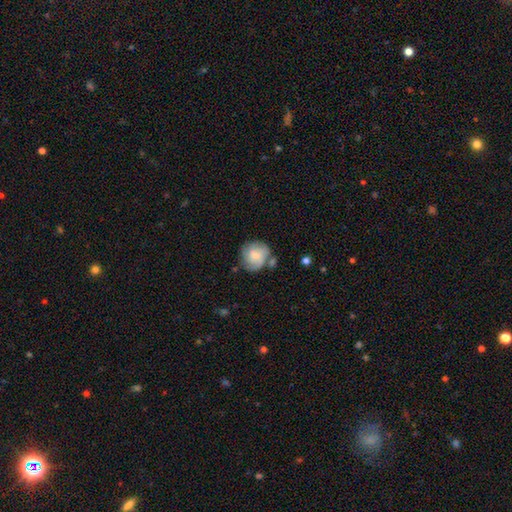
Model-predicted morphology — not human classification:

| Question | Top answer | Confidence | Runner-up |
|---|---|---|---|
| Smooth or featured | smooth | 58% | featured or disk (35%) |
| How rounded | round | 84% | in between (15%) |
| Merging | none | 56% | minor disturbance (23%) |